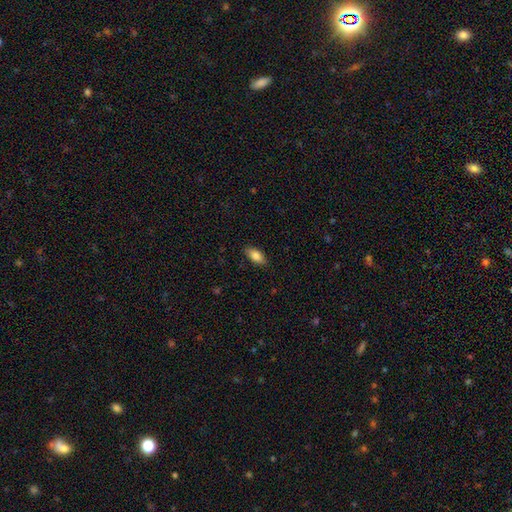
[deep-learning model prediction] Smooth or featured: smooth — 83% (featured or disk — 10%)
How rounded: in between — 89% (cigar-shaped — 8%)
Merging: none — 87% (minor disturbance — 10%)